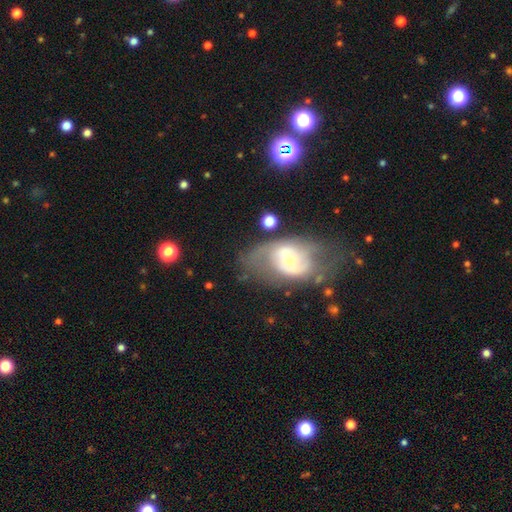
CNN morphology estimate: A featured or disk galaxy (66%) with no bar (59%), spiral arms (67%) and a small central bulge (59%). Merging: none (52%).